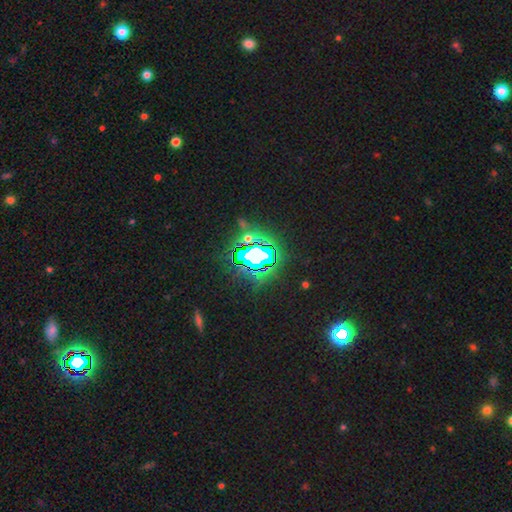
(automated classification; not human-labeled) The model was most divided on "smooth or featured": star or artifact: 75%, smooth: 14%, featured or disk: 11%.